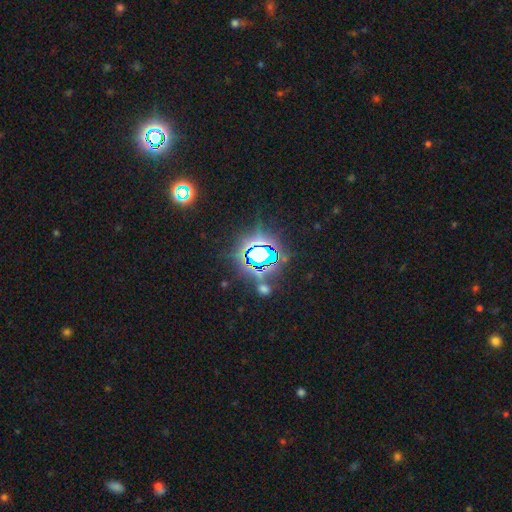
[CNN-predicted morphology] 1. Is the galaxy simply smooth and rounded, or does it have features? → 78% star or artifact, 13% smooth, 9% featured or disk.